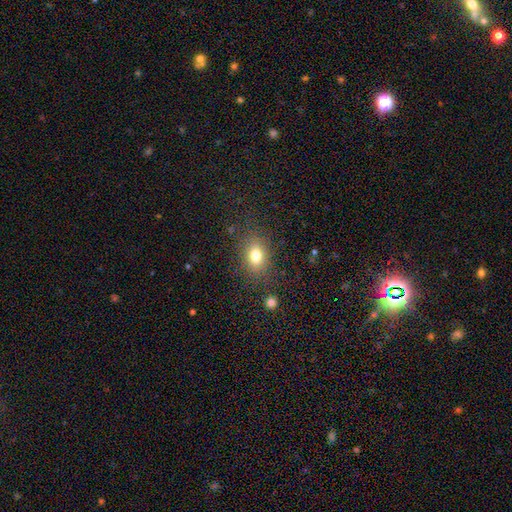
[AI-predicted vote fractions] smooth-or-featured: smooth: 77% | star or artifact: 12% | featured or disk: 11%
  how-rounded: in between: 72% | round: 27% | cigar-shaped: 2%
  merging: none: 81% | minor disturbance: 12% | major disturbance: 5% | merger: 2%